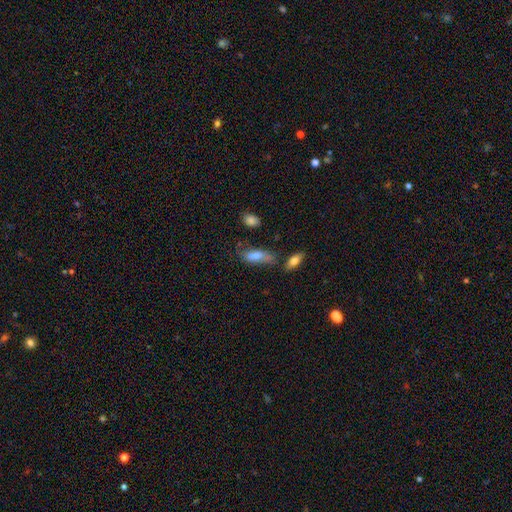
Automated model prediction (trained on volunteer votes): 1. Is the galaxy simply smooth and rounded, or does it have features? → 74% smooth, 17% featured or disk, 8% star or artifact.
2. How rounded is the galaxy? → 69% in between, 28% cigar-shaped, 2% round.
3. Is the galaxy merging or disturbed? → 48% none, 29% minor disturbance, 12% major disturbance, 11% merger.